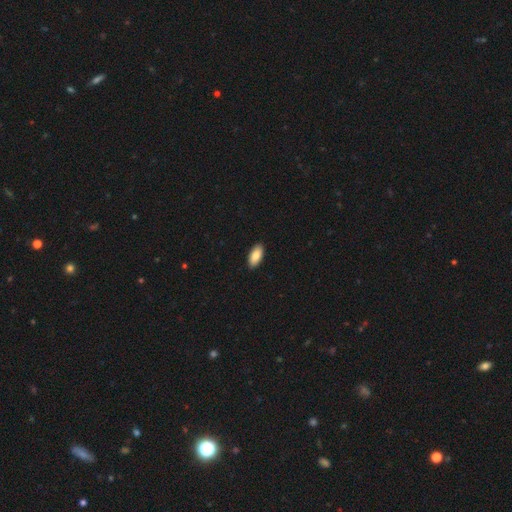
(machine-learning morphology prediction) smooth-or-featured: smooth: 86% | featured or disk: 8% | star or artifact: 6%
  how-rounded: in between: 92% | cigar-shaped: 6% | round: 2%
  merging: none: 91% | minor disturbance: 7% | major disturbance: 1% | merger: 1%